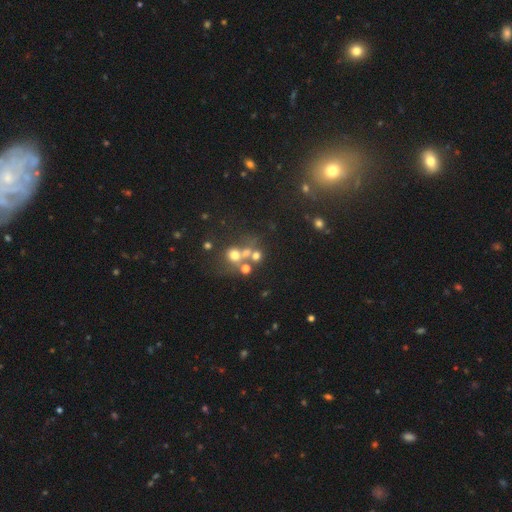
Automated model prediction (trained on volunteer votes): Smooth or featured? Predicted: smooth (p=0.53). How rounded? Predicted: round (p=0.82). Merging? Predicted: none (p=0.44).